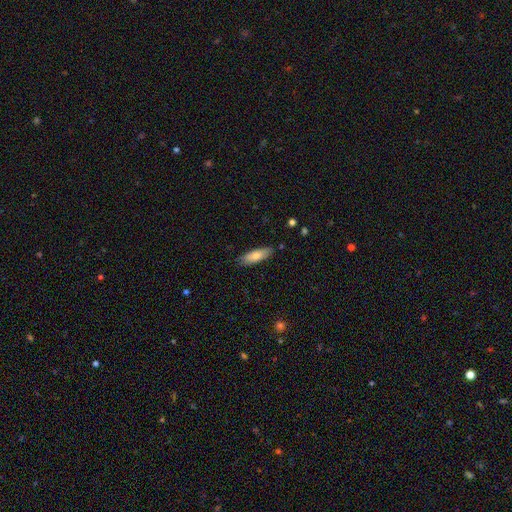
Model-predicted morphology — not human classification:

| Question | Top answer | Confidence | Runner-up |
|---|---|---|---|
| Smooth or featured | smooth | 76% | featured or disk (18%) |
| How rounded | in between | 49% | tied: cigar-shaped (49%) |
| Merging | none | 83% | minor disturbance (13%) |